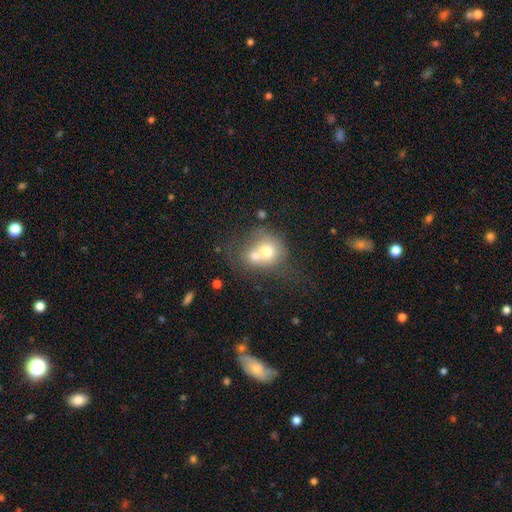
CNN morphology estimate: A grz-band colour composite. It shows a smooth galaxy with no disk features (65%) that is round (69%). Merging: merger (67%).